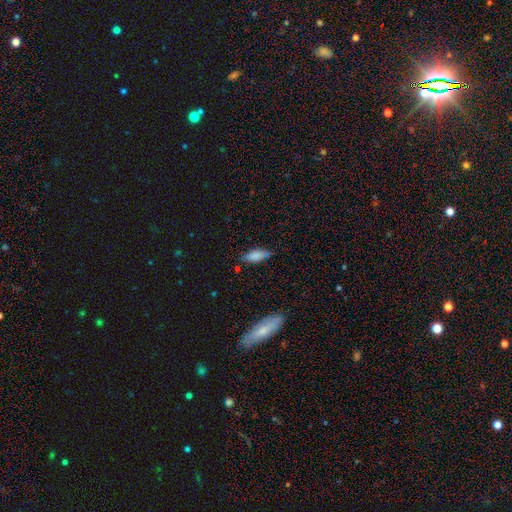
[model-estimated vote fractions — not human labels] Overall: smooth (82%). How rounded: in between (69%; cigar-shaped 29%). Merging: none (77%).